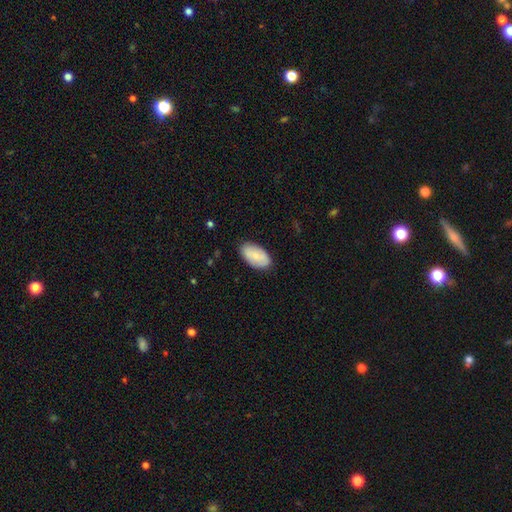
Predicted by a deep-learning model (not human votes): Smooth or featured? smooth (79%)
How rounded? in between (95%)
Merging? none (84%)